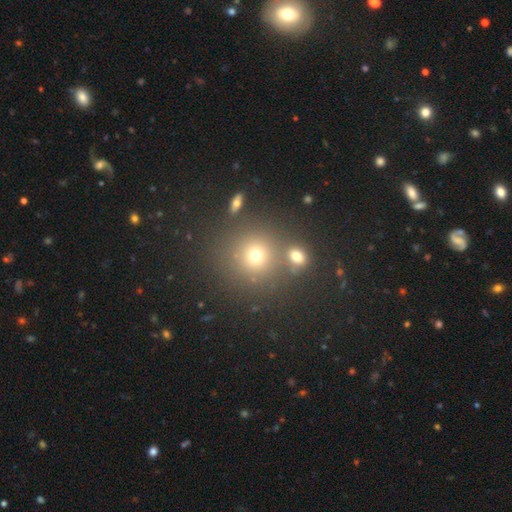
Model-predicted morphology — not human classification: smooth_or_featured: smooth (p=0.68) [alt: star or artifact p=0.21]
how_rounded: round (p=0.90) [alt: in between p=0.09]
merging: none (p=0.70) [alt: merger p=0.18]